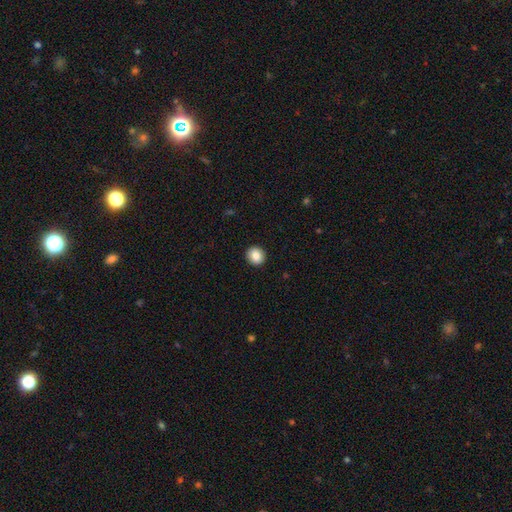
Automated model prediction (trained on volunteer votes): This is clearly a smooth galaxy (85%). How rounded: clearly round (91%). Merging: clearly none (93%).